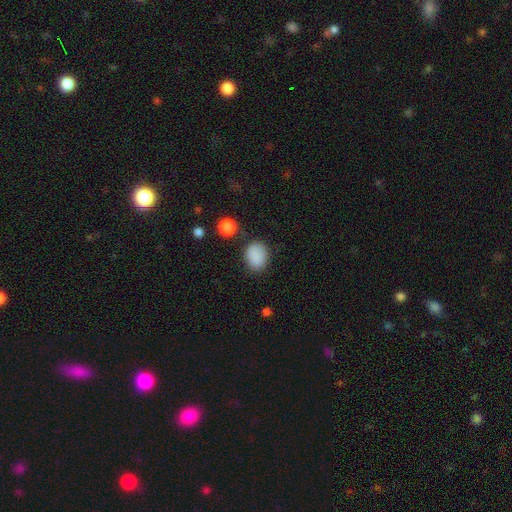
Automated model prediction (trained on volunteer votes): Smooth or featured? Predicted: smooth (p=0.87). How rounded? Predicted: in between (p=0.58). Merging? Predicted: none (p=0.79).